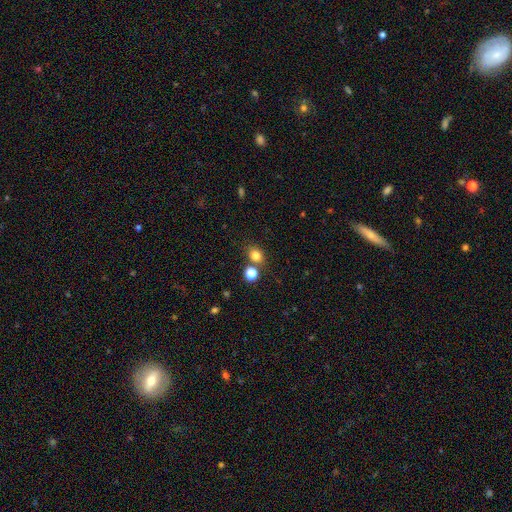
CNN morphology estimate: smooth-or-featured: smooth: 80% | star or artifact: 14% | featured or disk: 6%
  how-rounded: round: 58% | in between: 41% | cigar-shaped: 1%
  merging: none: 69% | merger: 17% | minor disturbance: 10% | major disturbance: 4%